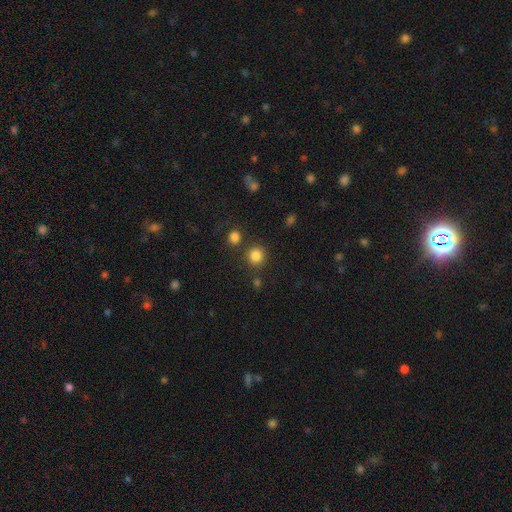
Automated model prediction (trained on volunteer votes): smooth 83%, star or artifact 12%, featured or disk 5%. Down the decision tree: how rounded — round (89%); merging — none (80%).